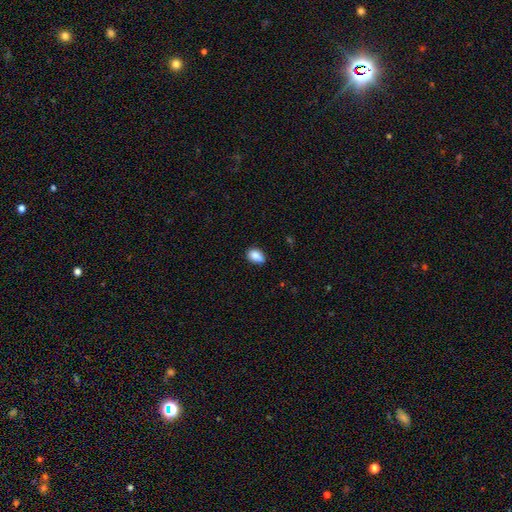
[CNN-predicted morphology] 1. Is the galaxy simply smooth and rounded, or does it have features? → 85% smooth, 8% star or artifact, 6% featured or disk.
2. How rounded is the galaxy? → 75% in between, 23% round, 2% cigar-shaped.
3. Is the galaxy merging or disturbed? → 68% none, 26% minor disturbance, 4% major disturbance, 2% merger.